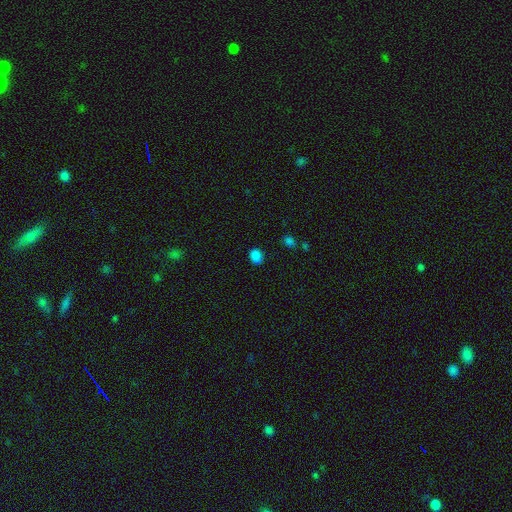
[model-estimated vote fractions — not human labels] smooth_or_featured: smooth (p=0.84) [alt: star or artifact p=0.13]
how_rounded: round (p=0.53) [alt: in between p=0.46]
merging: none (p=0.86) [alt: minor disturbance p=0.09]